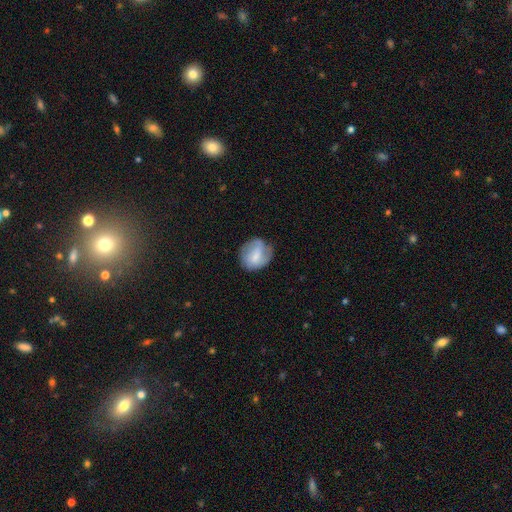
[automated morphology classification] This is possibly a smooth galaxy (54%). How rounded: likely round (64%). Merging: likely none (61%).